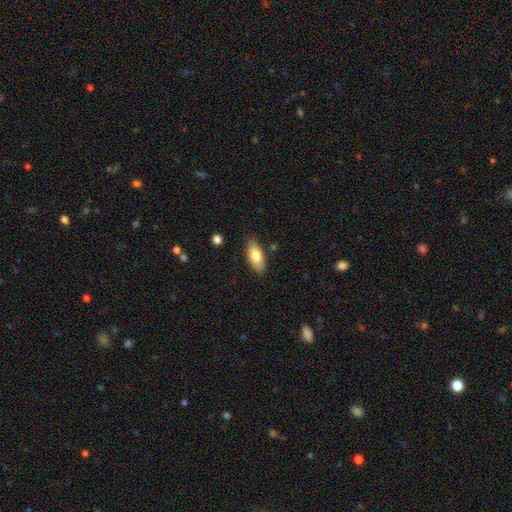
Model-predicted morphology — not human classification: smooth 78%, featured or disk 15%, star or artifact 6%. Down the decision tree: how rounded — in between (86%); merging — none (85%).